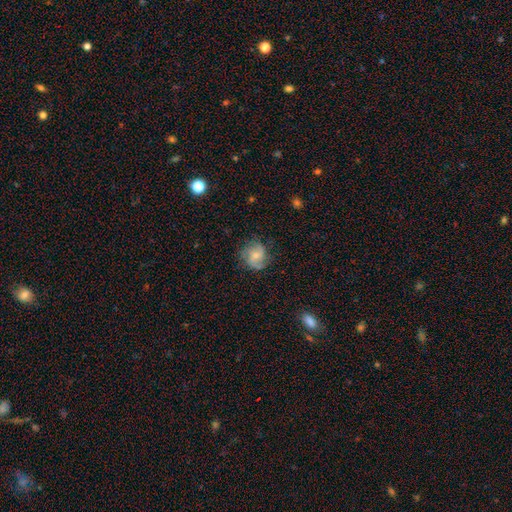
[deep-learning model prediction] smooth-or-featured: featured or disk: 64% | smooth: 28% | star or artifact: 8%
  disk-edge-on: no: 98% | yes: 2%
    bar: no: 63% | weak: 32% | strong: 5%
    has-spiral-arms: yes: 93% | no: 7%
      spiral-winding: medium: 47% | tight: 27% | loose: 26%
      spiral-arm-count: 2: 55% | 3: 20% | can't tell: 14% | 1: 5% | 4: 3% | more than 4: 3%
    bulge-size: small: 55% | moderate: 34% | none: 8% | large: 2% | dominant: 1%
  merging: none: 72% | minor disturbance: 19% | major disturbance: 8% | merger: 1%